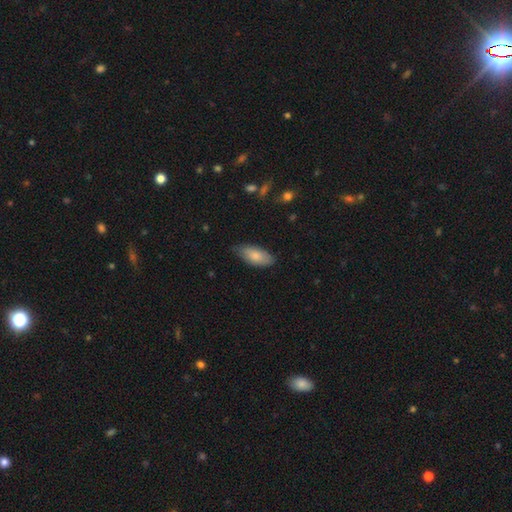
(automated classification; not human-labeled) Smooth or featured?
  - smooth: 81% *
  - featured or disk: 13%
  - star or artifact: 6%
How rounded?
  - in between: 88% *
  - cigar-shaped: 9%
  - round: 2%
Merging?
  - none: 69% *
  - minor disturbance: 26%
  - major disturbance: 4%
  - merger: 1%